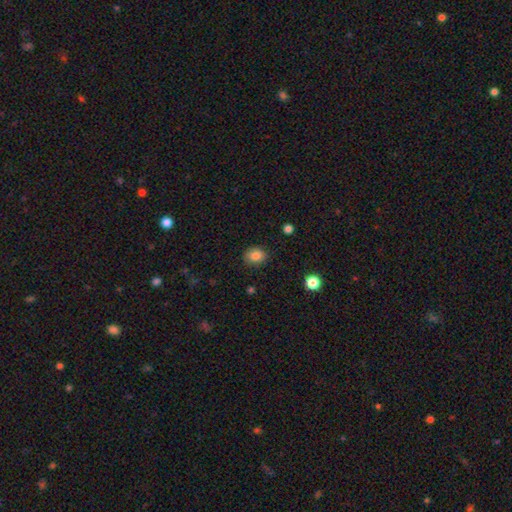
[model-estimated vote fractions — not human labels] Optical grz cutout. It shows a smooth galaxy with no disk features (85%) that is in between round and cigar-shaped (52%). Merging: none (84%).